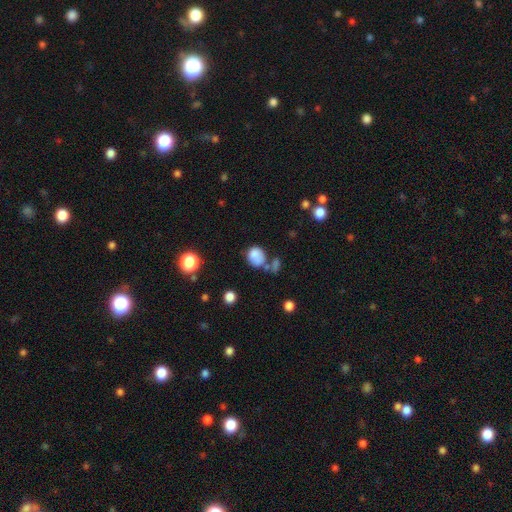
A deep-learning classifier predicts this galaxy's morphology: Smooth or featured? Predicted: smooth (p=0.82). How rounded? Predicted: round (p=0.62). Merging? Predicted: none (p=0.49).